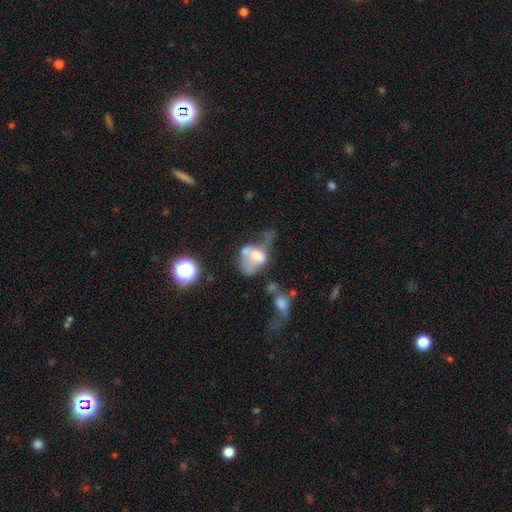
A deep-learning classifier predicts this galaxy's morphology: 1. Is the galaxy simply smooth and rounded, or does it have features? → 45% smooth, 43% featured or disk, 13% star or artifact.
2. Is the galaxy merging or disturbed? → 39% major disturbance, 35% merger, 13% none, 13% minor disturbance.